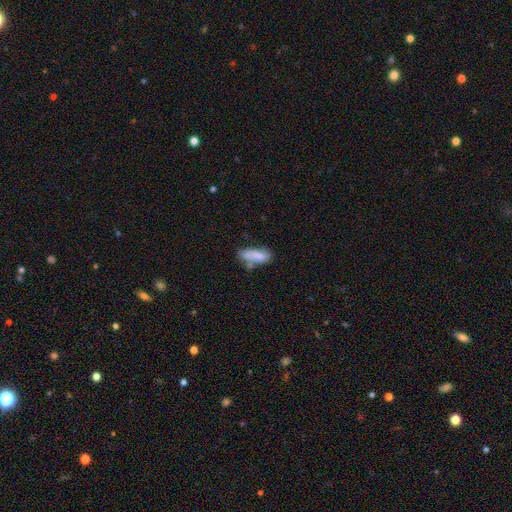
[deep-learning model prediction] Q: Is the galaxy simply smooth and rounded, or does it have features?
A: smooth — 73%.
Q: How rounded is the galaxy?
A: in between — 70%.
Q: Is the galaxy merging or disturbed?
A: none — 46%.